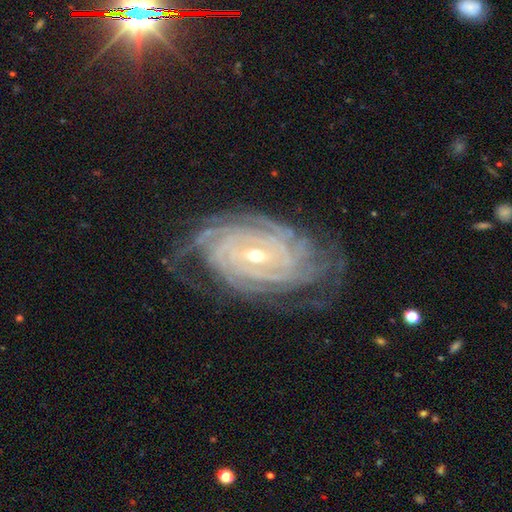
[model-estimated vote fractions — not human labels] Smooth or featured: featured or disk — 92% (star or artifact — 5%)
Edge-on disk: no — 96% (yes — 4%)
Bar: weak — 41% (no — 35%)
Spiral arms: yes — 98% (no — 2%)
Spiral winding: tight — 83% (medium — 14%)
Spiral arm count: more than 4 — 25% (4 — 24%)
Bulge size: small — 54% (moderate — 43%)
Merging: none — 71% (minor disturbance — 19%)